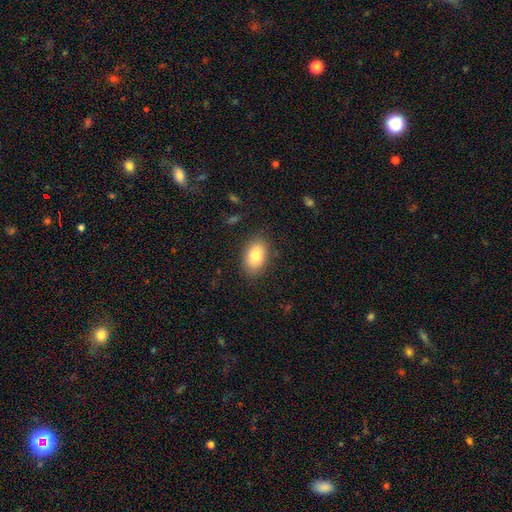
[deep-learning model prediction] Morphology: type=smooth (81%); roundness=in between (89%); merging=none (85%).